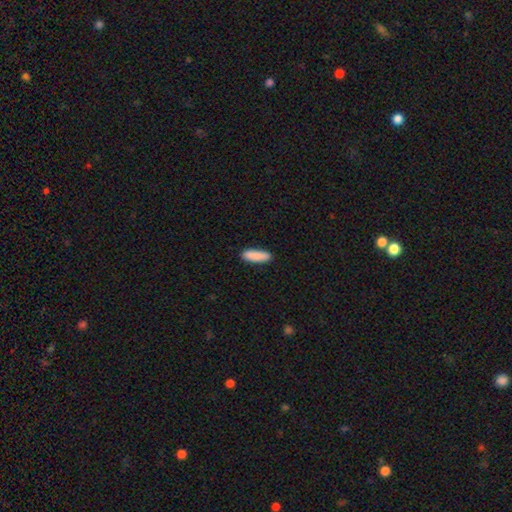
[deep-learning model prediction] A smooth galaxy with no disk features (90%) that is cigar-shaped (53%). Merging: none (89%).